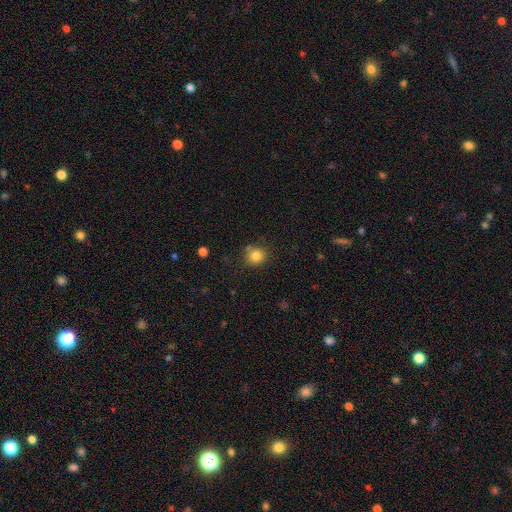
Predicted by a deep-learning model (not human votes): Smooth or featured?
  - smooth: 83% *
  - star or artifact: 12%
  - featured or disk: 6%
How rounded?
  - round: 87% *
  - in between: 12%
  - cigar-shaped: 1%
Merging?
  - none: 80% *
  - minor disturbance: 12%
  - merger: 5%
  - major disturbance: 3%